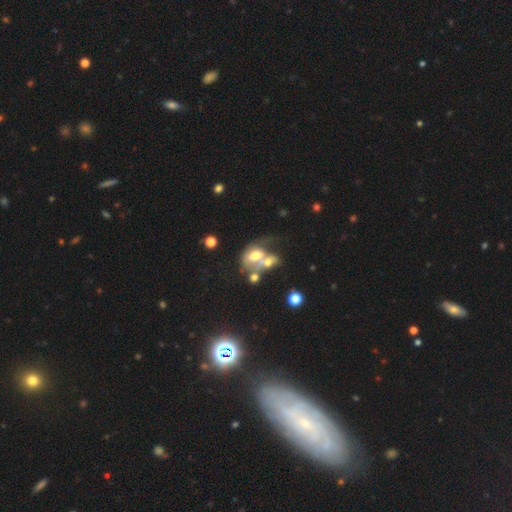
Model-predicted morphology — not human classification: This is possibly a smooth galaxy (45%). Merging: likely merger (62%).